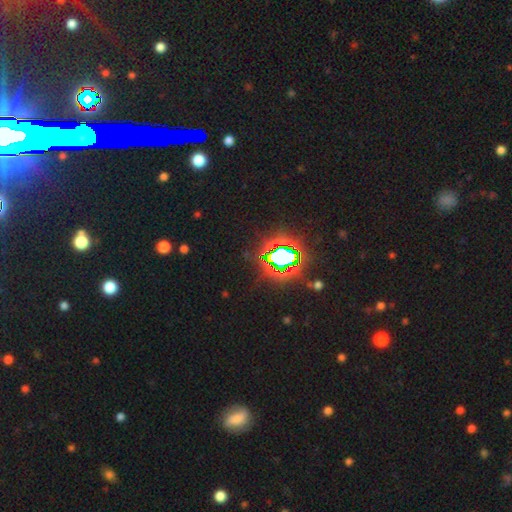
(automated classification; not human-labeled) A star or artifact, not a galaxy (80%).